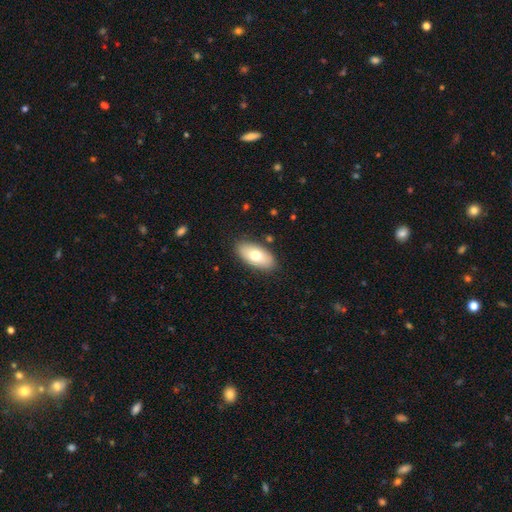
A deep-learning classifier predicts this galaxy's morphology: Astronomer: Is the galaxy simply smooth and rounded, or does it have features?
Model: smooth — 71%.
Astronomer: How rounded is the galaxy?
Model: in between — 92%.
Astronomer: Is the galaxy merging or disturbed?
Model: none — 87%.